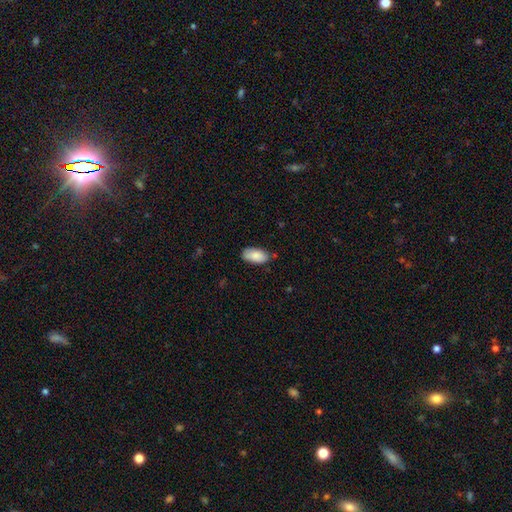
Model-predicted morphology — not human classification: This appears to be a smooth galaxy with no disk features (86%) that is in between round and cigar-shaped (94%). Merging: none (75%).